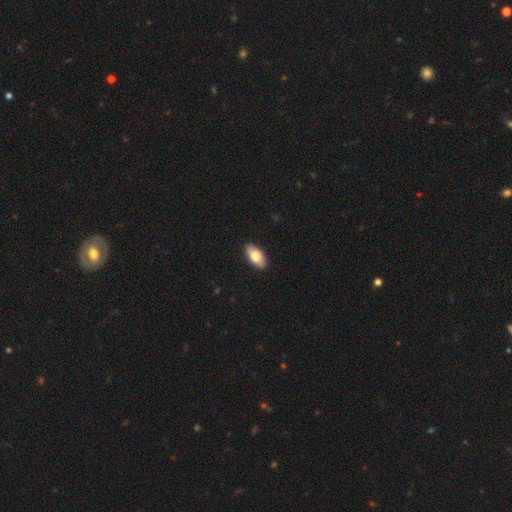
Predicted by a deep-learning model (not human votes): Smooth or featured? Predicted: smooth (p=0.78). How rounded? Predicted: in between (p=0.93). Merging? Predicted: none (p=0.89).